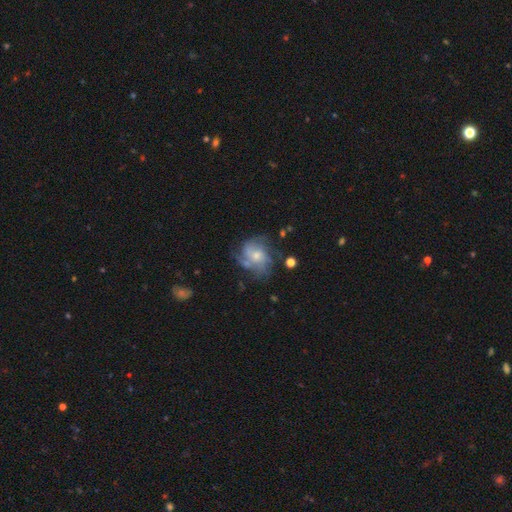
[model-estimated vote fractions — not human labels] This appears to be a featured or disk galaxy (70%) with no bar (76%), medium (42%) spiral arms (85%) and a small central bulge (47%). Merging: none (56%).